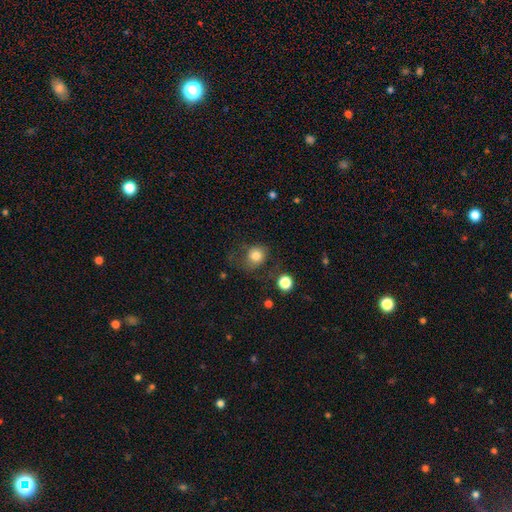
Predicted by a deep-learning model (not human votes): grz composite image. It shows a smooth galaxy with no disk features (80%) that is round (75%). Merging: none (60%).